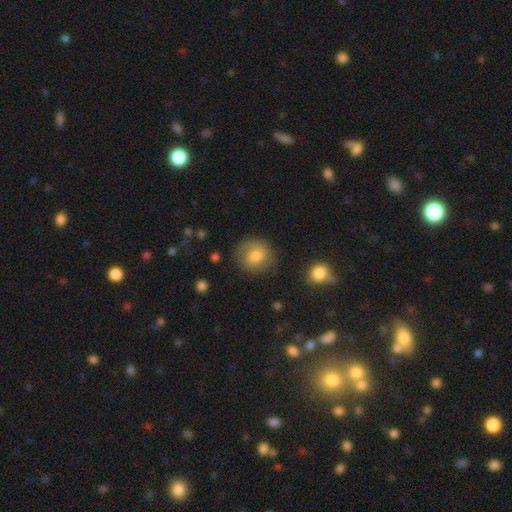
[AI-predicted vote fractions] A smooth galaxy with no disk features (63%) that is round (84%).

Vote fractions:
- Smooth or featured? smooth: 63% / featured or disk: 28% / star or artifact: 9%
- How rounded? round: 84% / in between: 15% / cigar-shaped: 1%
- Merging? none: 77% / minor disturbance: 15% / major disturbance: 6% / merger: 2%